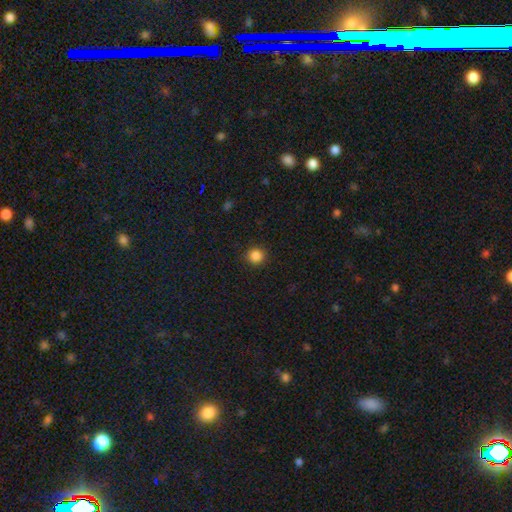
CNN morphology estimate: This appears to be a smooth galaxy with no disk features (86%) that is round (93%). Merging: none (91%).